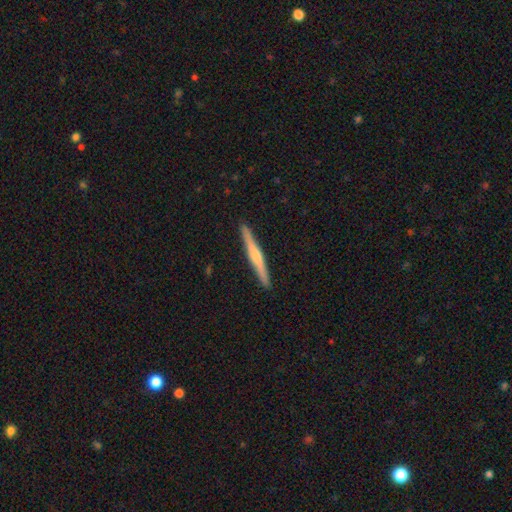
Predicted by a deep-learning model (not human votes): smooth-or-featured: featured or disk: 59% | smooth: 36% | star or artifact: 5%
  disk-edge-on: yes: 98% | no: 2%
    edge-on-bulge: rounded: 63% | none: 22% | boxy: 14%
  merging: none: 92% | minor disturbance: 6% | major disturbance: 1% | merger: 1%